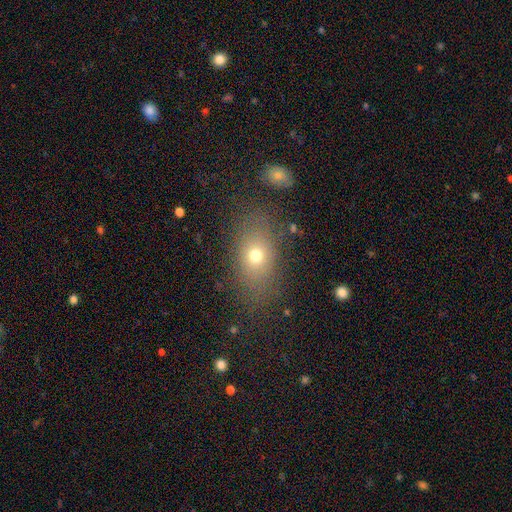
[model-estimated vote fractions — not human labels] Morphology: type=smooth (69%); roundness=in between (72%); merging=none (77%).